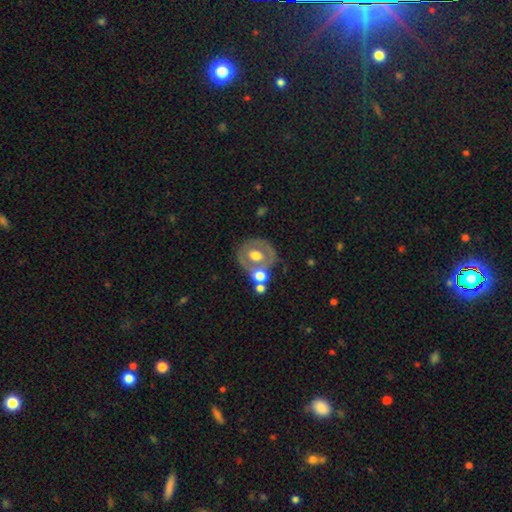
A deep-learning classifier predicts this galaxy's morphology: type=featured or disk (51%); edge-on=no (94%); merging=none (53%).